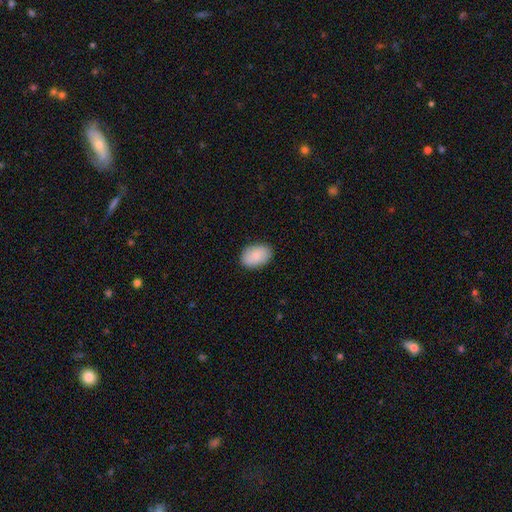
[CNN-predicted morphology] Smooth or featured? smooth (82%)
How rounded? in between (87%)
Merging? none (86%)